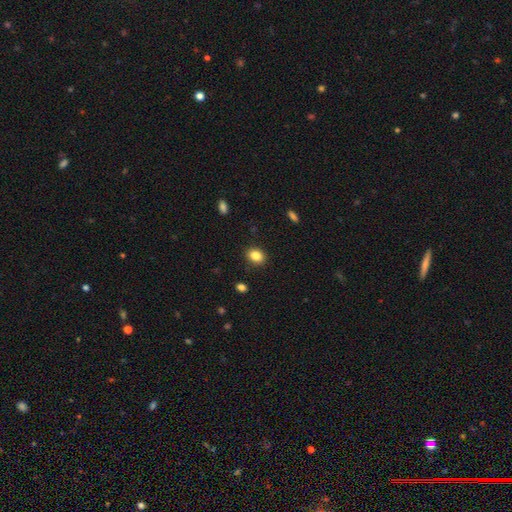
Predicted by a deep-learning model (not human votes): A smooth galaxy with no disk features (85%) that is in between round and cigar-shaped (56%). Merging: none (88%).